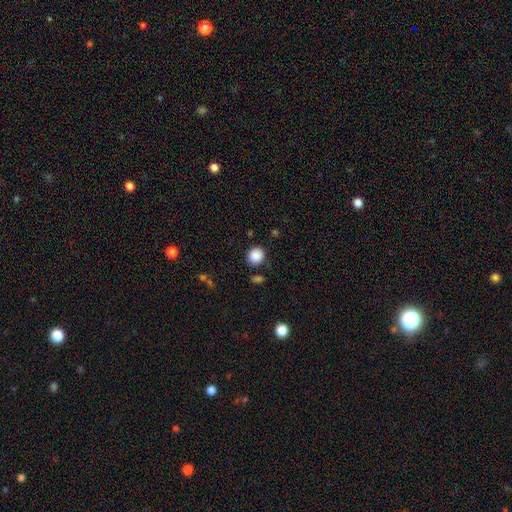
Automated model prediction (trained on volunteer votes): The model was most divided on "how rounded": round: 79%, in between: 20%, cigar-shaped: 1%. More confident: smooth or featured — smooth (88%); merging — none (84%).